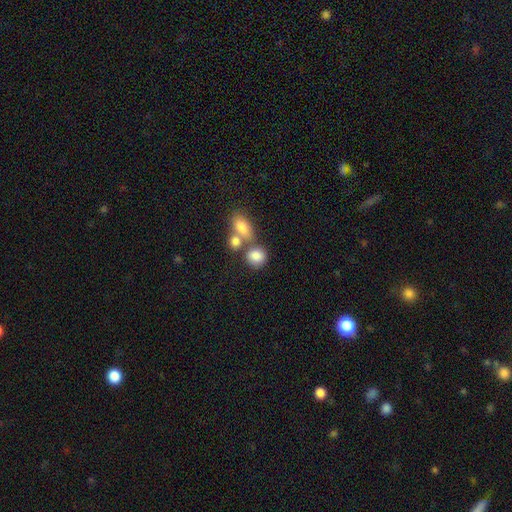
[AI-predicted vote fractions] Morphology: type=smooth (82%); roundness=round (63%); merging=none (46%).